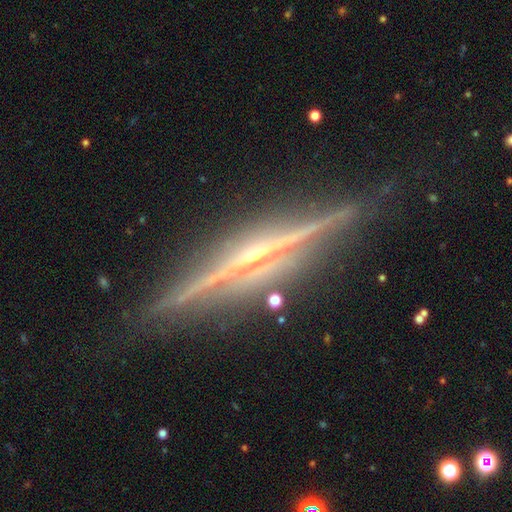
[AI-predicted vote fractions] Smooth or featured?
  - featured or disk: 89% *
  - star or artifact: 6%
  - smooth: 4%
Edge-on disk?
  - yes: 98% *
  - no: 2%
Edge-on bulge?
  - rounded: 69% *
  - none: 22%
  - boxy: 8%
Merging?
  - none: 87% *
  - minor disturbance: 9%
  - major disturbance: 2%
  - merger: 2%